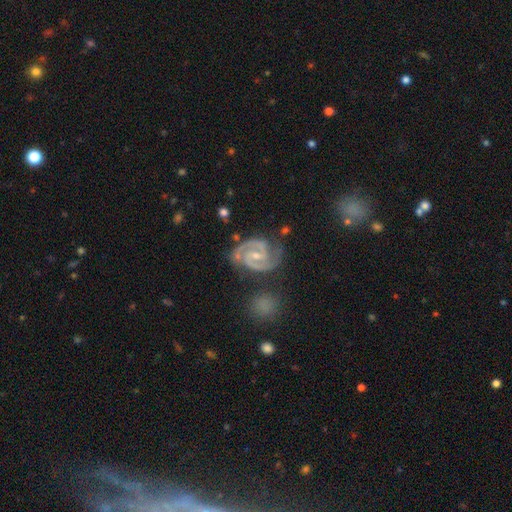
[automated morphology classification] Q: Smooth or featured?
A: featured or disk (92%); runner-up: star or artifact (4%)
Q: Edge-on disk?
A: no (98%); runner-up: yes (2%)
Q: Bar?
A: weak (48%); runner-up: no (27%)
Q: Spiral arms?
A: yes (99%); runner-up: no (1%)
Q: Spiral winding?
A: medium (49%); runner-up: tight (45%)
Q: Spiral arm count?
A: 2 (91%); runner-up: 3 (4%)
Q: Bulge size?
A: small (60%); runner-up: moderate (35%)
Q: Merging?
A: none (72%); runner-up: minor disturbance (18%)